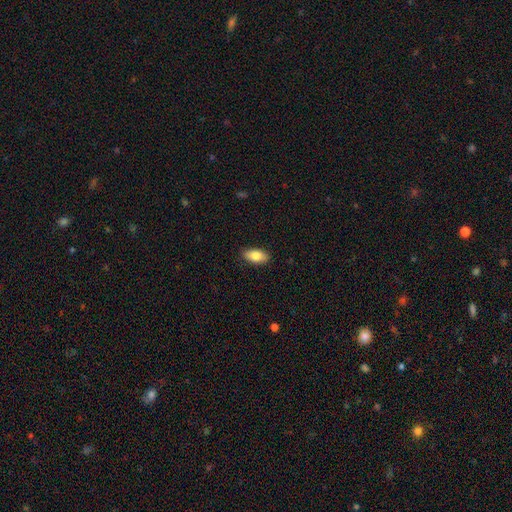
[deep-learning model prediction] Morphology: type=smooth (82%); roundness=in between (90%); merging=none (88%).